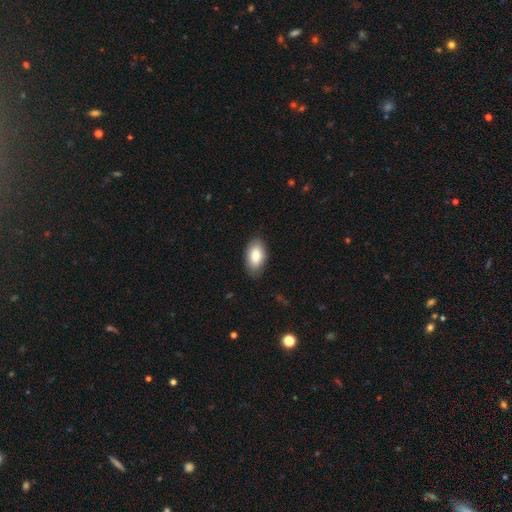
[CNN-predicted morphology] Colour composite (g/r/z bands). It shows a smooth galaxy with no disk features (85%) that is in between round and cigar-shaped (94%). Merging: none (83%).